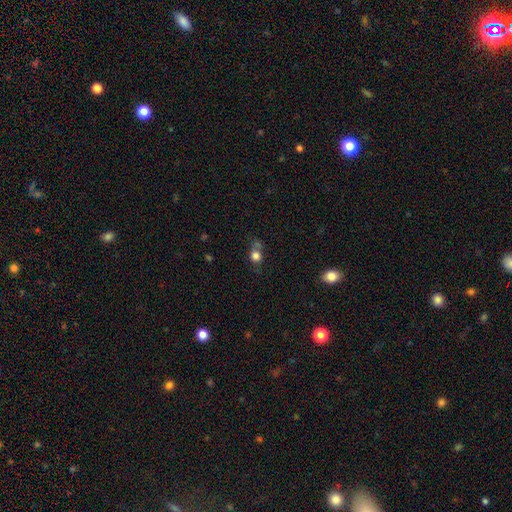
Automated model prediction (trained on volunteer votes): Smooth or featured?
  - smooth: 77% *
  - star or artifact: 14%
  - featured or disk: 9%
How rounded?
  - round: 79% *
  - in between: 19%
  - cigar-shaped: 1%
Merging?
  - none: 53% *
  - merger: 22%
  - minor disturbance: 17%
  - major disturbance: 9%